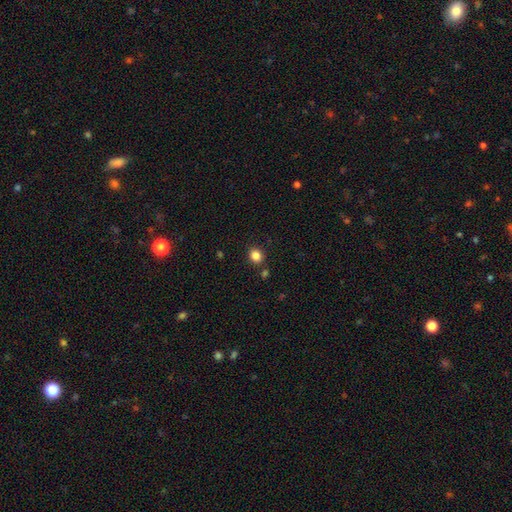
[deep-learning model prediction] Morphology: type=smooth (84%); roundness=round (64%); merging=none (84%).